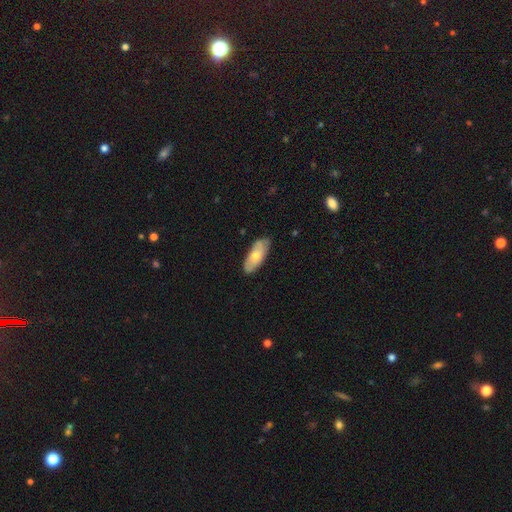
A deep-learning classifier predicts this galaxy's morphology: This appears to be a smooth galaxy with no disk features (61%) that is in between round and cigar-shaped (80%). Merging: none (78%).